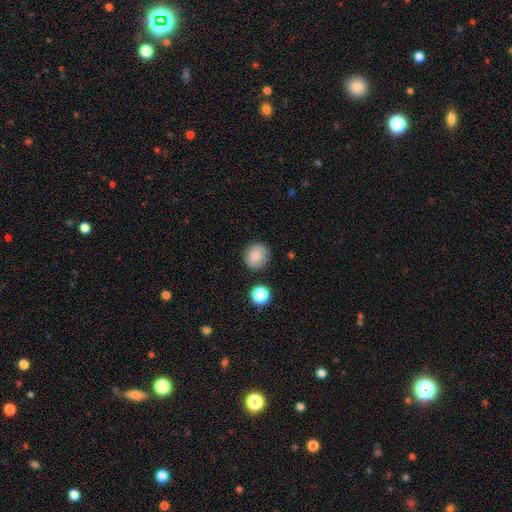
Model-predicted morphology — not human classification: Q: Smooth or featured?
A: smooth (81%); runner-up: star or artifact (10%)
Q: How rounded?
A: round (86%); runner-up: in between (13%)
Q: Merging?
A: none (85%); runner-up: minor disturbance (9%)